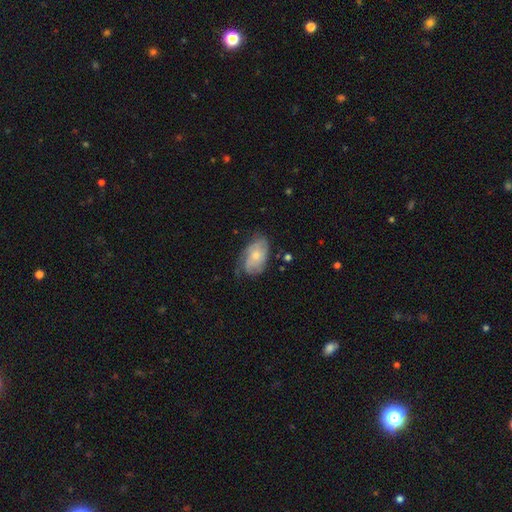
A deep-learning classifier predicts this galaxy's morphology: smooth-or-featured: smooth: 47% | featured or disk: 46% | star or artifact: 7%
  merging: none: 49% | minor disturbance: 34% | major disturbance: 15% | merger: 2%